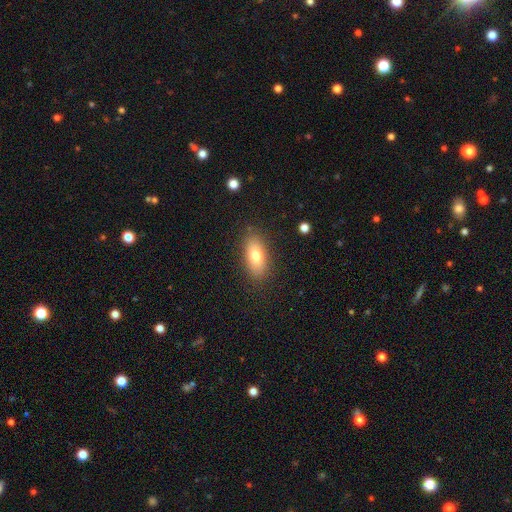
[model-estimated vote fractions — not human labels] The model was most divided on "smooth or featured": smooth: 78%, featured or disk: 14%, star or artifact: 8%. More confident: merging — none (85%); how rounded — in between (84%).